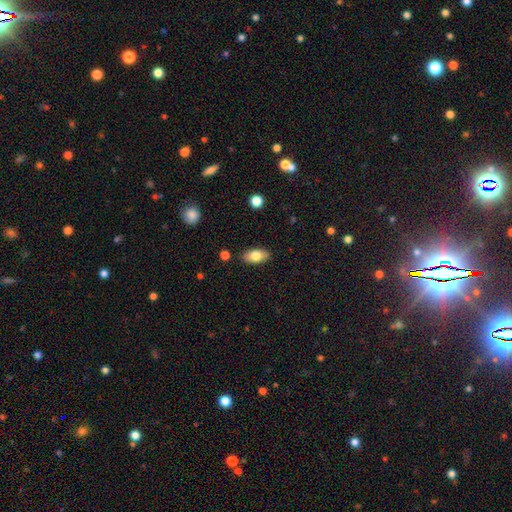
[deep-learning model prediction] Smooth or featured? Predicted: smooth (p=0.79). How rounded? Predicted: in between (p=0.91). Merging? Predicted: none (p=0.88).